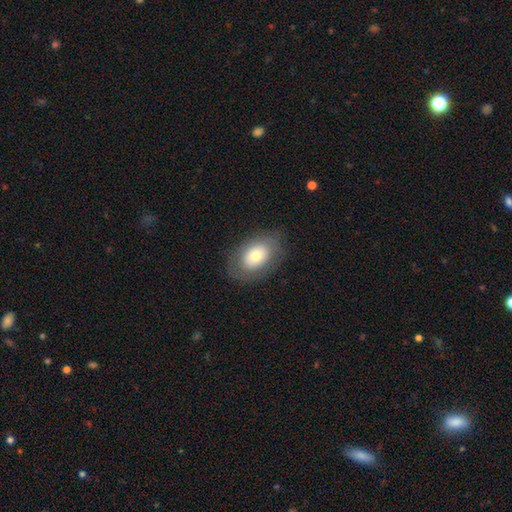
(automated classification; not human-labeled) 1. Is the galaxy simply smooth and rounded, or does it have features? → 66% smooth, 25% featured or disk, 8% star or artifact.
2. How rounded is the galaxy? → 80% in between, 19% round, 1% cigar-shaped.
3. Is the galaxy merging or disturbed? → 81% none, 13% minor disturbance, 6% major disturbance, 1% merger.